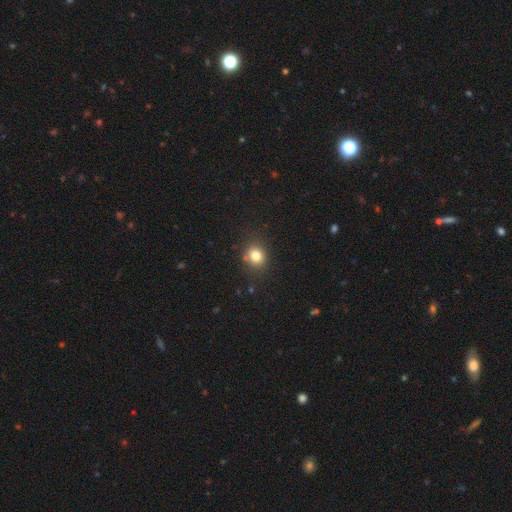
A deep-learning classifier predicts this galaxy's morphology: Smooth or featured? Predicted: smooth (p=0.80). How rounded? Predicted: round (p=0.76). Merging? Predicted: none (p=0.81).